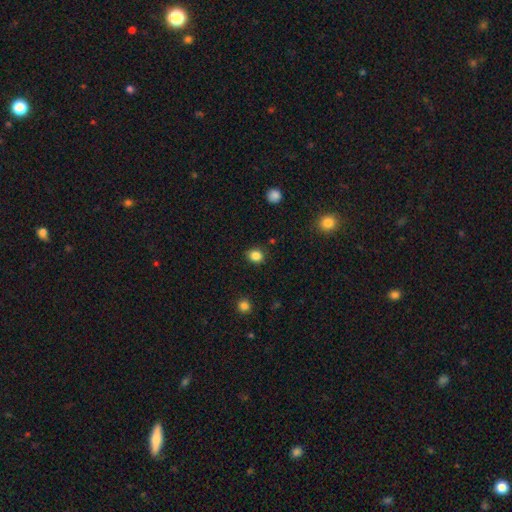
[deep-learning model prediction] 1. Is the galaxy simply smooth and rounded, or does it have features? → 85% smooth, 11% star or artifact, 4% featured or disk.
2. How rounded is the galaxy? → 70% round, 29% in between, 1% cigar-shaped.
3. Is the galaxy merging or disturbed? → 88% none, 8% minor disturbance, 2% major disturbance, 1% merger.